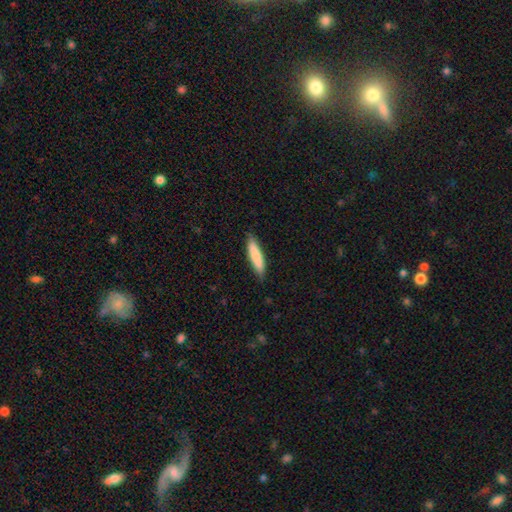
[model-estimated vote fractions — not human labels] Morphology: type=smooth (81%); roundness=cigar-shaped (82%); merging=none (85%).